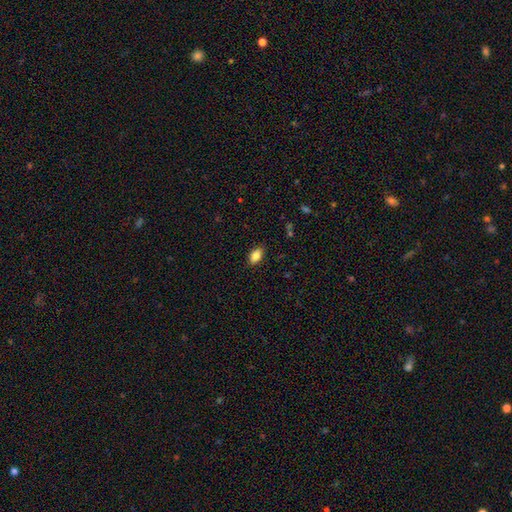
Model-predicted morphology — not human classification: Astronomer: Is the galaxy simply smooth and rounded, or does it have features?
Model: smooth — 84%.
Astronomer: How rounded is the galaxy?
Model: in between — 89%.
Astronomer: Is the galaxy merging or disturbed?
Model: none — 87%.